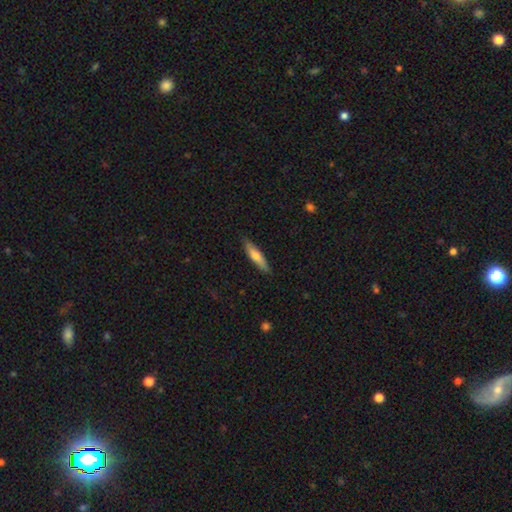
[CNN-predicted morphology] Overall: smooth (67%; featured or disk 28%). How rounded: cigar-shaped (77%). Merging: none (86%).